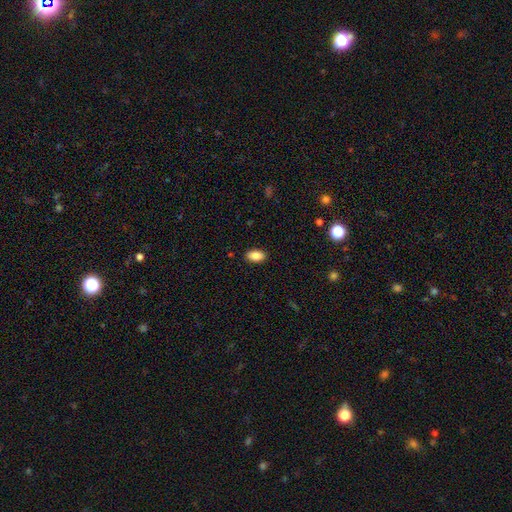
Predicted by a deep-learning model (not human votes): Q: Smooth or featured?
A: smooth (88%); runner-up: star or artifact (8%)
Q: How rounded?
A: in between (93%); runner-up: round (5%)
Q: Merging?
A: none (89%); runner-up: minor disturbance (8%)